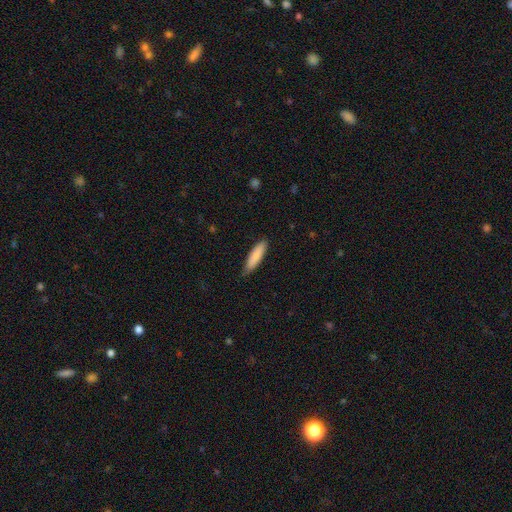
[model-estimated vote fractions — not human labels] smooth-or-featured: smooth: 86% | featured or disk: 8% | star or artifact: 6%
  how-rounded: cigar-shaped: 68% | in between: 31% | round: 1%
  merging: none: 80% | minor disturbance: 17% | major disturbance: 2% | merger: 1%